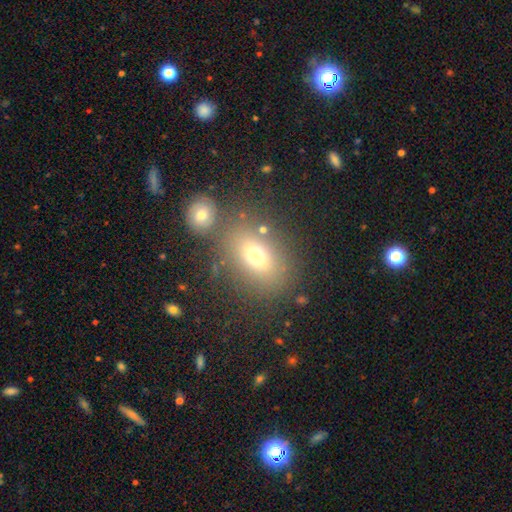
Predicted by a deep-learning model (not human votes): A smooth galaxy with no disk features (69%) that is in between round and cigar-shaped (68%).

Vote fractions:
- Smooth or featured? smooth: 69% / featured or disk: 16% / star or artifact: 14%
- How rounded? in between: 68% / round: 29% / cigar-shaped: 2%
- Merging? none: 71% / merger: 12% / minor disturbance: 11% / major disturbance: 5%